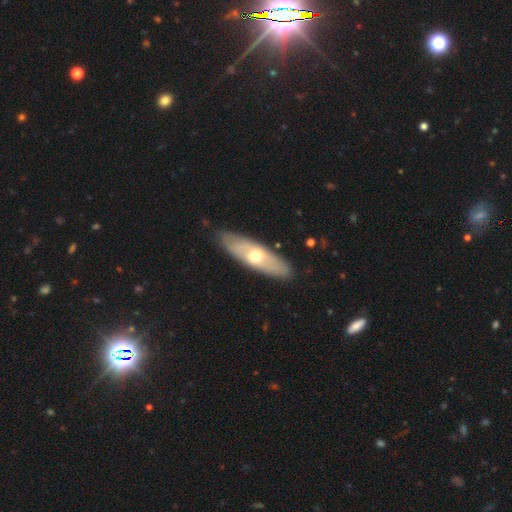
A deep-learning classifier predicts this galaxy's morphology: This is possibly a featured or disk galaxy (50%). Merging: clearly none (85%).